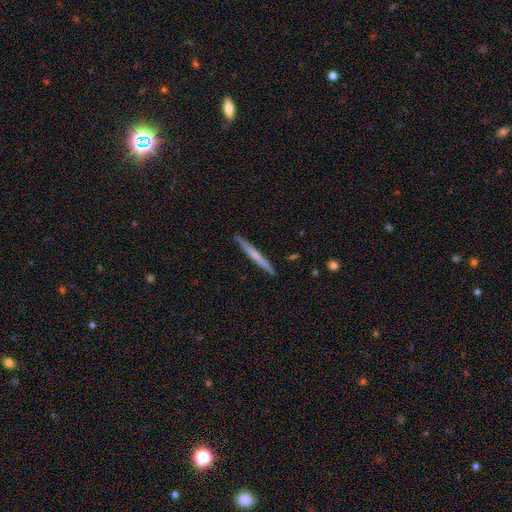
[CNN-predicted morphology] Smooth or featured: smooth — 48% (featured or disk — 46%)
Merging: none — 91% (minor disturbance — 6%)